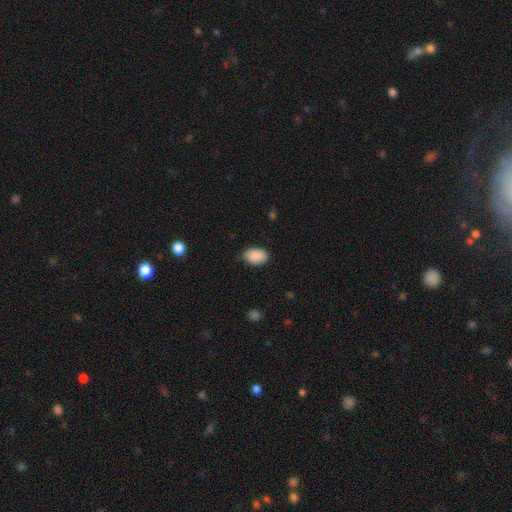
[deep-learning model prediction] Overall: smooth (90%). How rounded: in between (87%). Merging: none (79%).